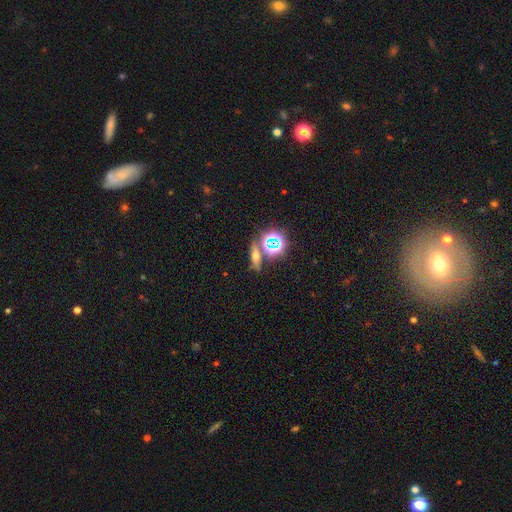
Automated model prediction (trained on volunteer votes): smooth 40%, star or artifact 32%, featured or disk 28%. Down the decision tree: merging — none (73%).